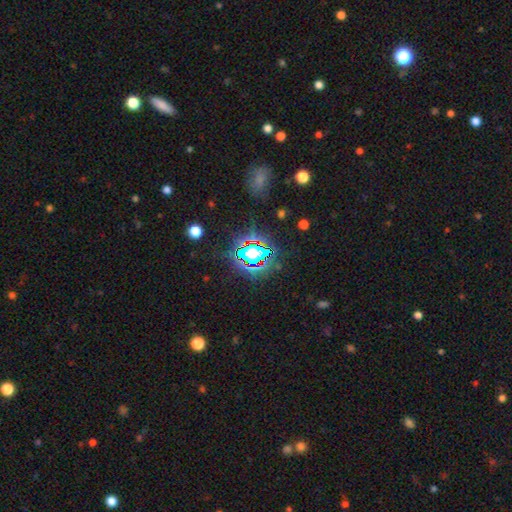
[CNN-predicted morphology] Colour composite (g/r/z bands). It shows a star or artifact, not a galaxy (68%).